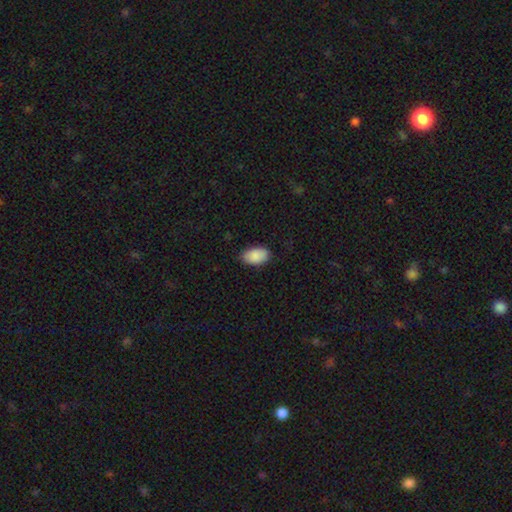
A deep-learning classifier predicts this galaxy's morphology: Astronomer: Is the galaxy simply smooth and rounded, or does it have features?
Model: smooth — 90%.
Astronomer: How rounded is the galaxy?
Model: in between — 94%.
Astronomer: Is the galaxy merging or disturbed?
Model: none — 81%.